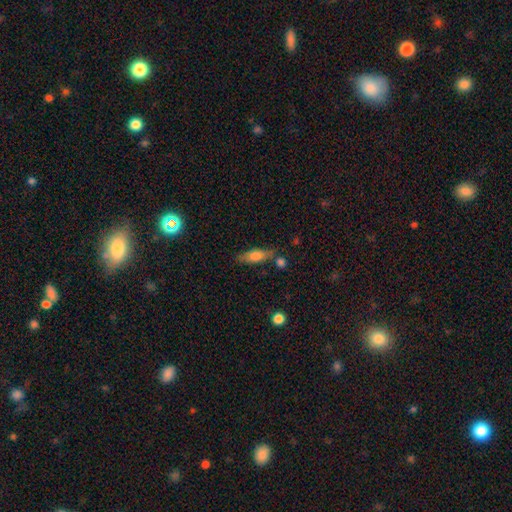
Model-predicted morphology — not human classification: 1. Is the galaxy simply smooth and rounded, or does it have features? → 65% smooth, 28% featured or disk, 7% star or artifact.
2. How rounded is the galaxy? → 49% cigar-shaped, 48% in between, 3% round.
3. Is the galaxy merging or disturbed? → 70% none, 16% minor disturbance, 9% merger, 5% major disturbance.